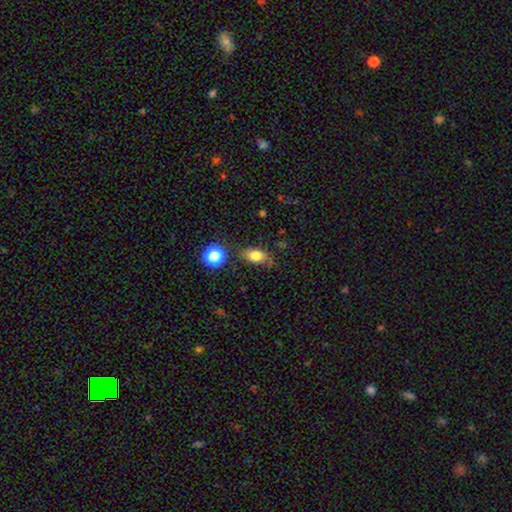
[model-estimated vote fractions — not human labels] smooth 80%, star or artifact 11%, featured or disk 9%. Down the decision tree: how rounded — in between (81%); merging — none (73%).